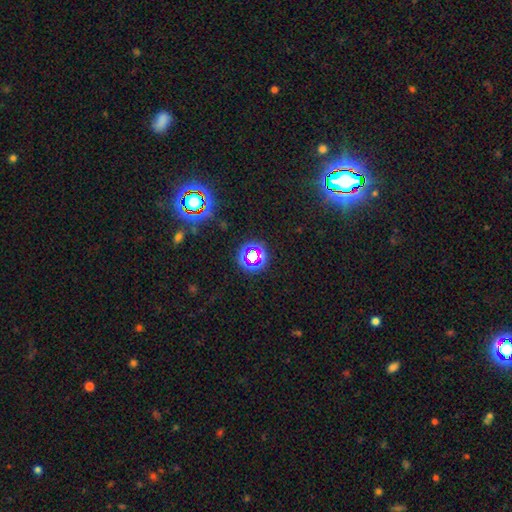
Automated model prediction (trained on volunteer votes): star or artifact 64%, smooth 24%, featured or disk 12%.